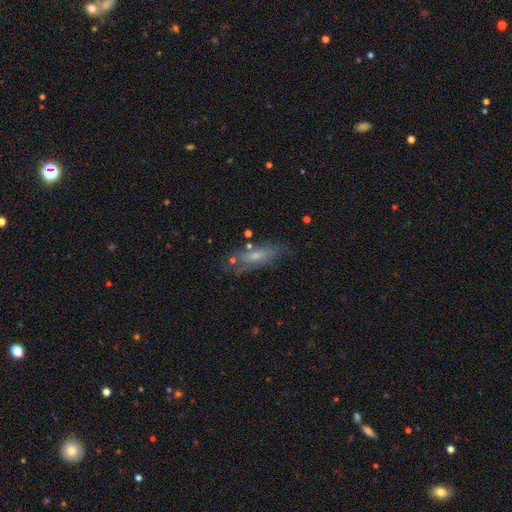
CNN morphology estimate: A featured or disk galaxy (48%).

Vote fractions:
- Smooth or featured? featured or disk: 48% / smooth: 40% / star or artifact: 12%
- Merging? none: 72% / minor disturbance: 18% / major disturbance: 7% / merger: 4%